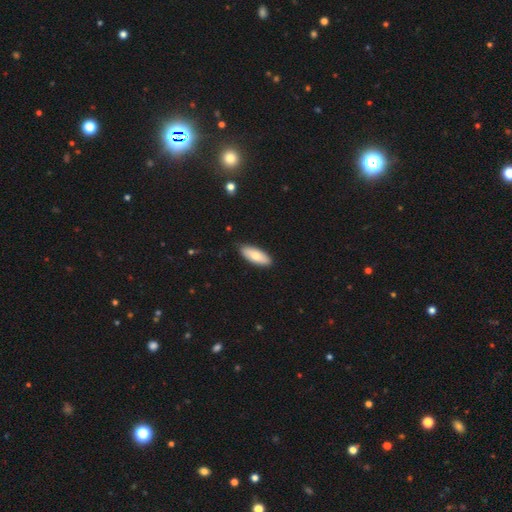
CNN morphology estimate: This appears to be a smooth galaxy with no disk features (75%) that is in between round and cigar-shaped (78%). Merging: none (88%).